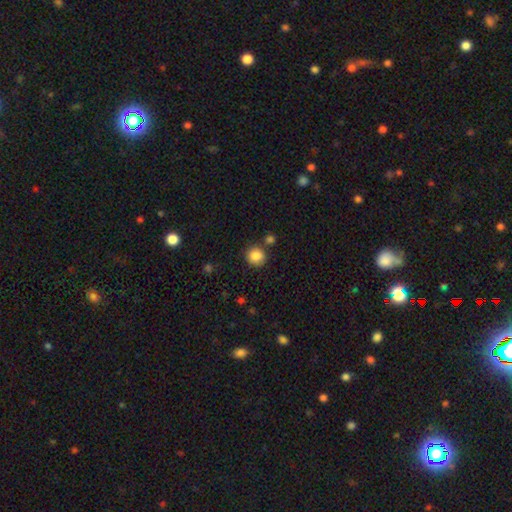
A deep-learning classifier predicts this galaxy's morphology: This is clearly a smooth galaxy (86%). How rounded: clearly round (88%). Merging: clearly none (81%).